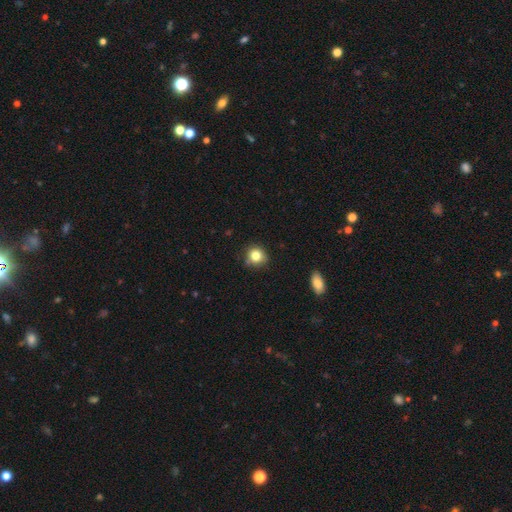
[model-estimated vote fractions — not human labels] smooth 82%, star or artifact 11%, featured or disk 7%. Down the decision tree: how rounded — round (87%); merging — none (81%).